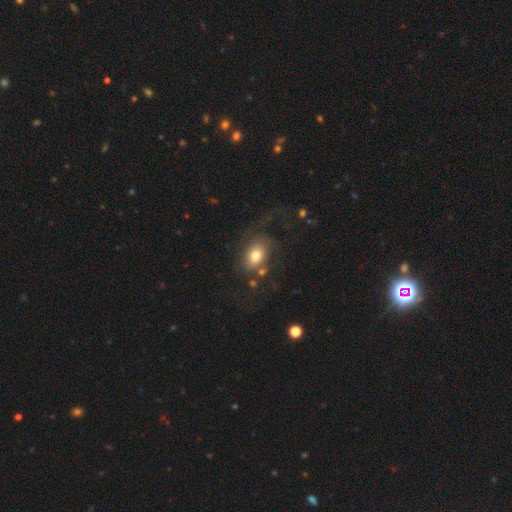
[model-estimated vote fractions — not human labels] Overall: smooth (70%). How rounded: in between (75%). Merging: none (54%; major disturbance 22%).